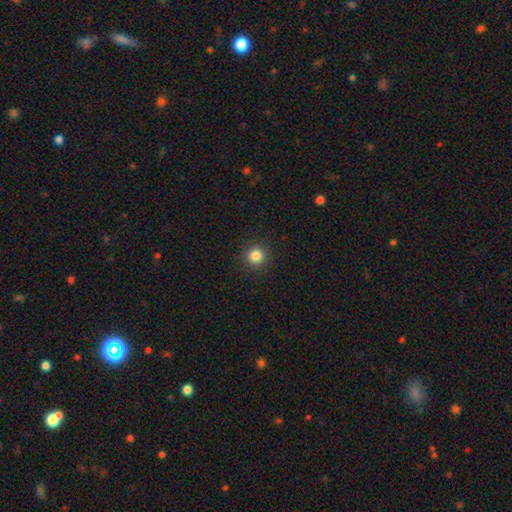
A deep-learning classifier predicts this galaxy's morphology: Q: Smooth or featured?
A: smooth (84%); runner-up: star or artifact (12%)
Q: How rounded?
A: round (95%); runner-up: in between (4%)
Q: Merging?
A: none (92%); runner-up: minor disturbance (5%)